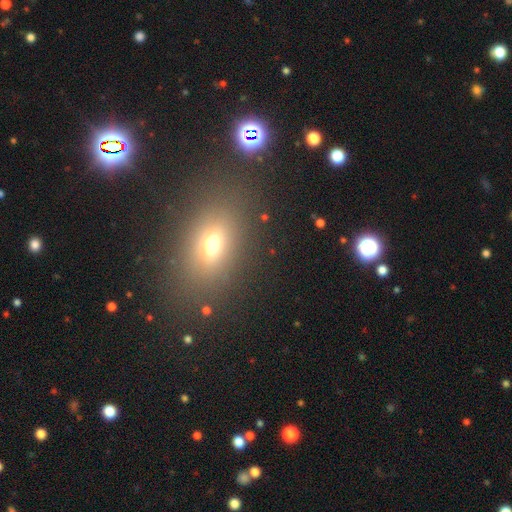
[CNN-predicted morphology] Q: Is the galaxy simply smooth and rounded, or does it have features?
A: smooth — 55%.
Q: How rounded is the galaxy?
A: in between — 68%.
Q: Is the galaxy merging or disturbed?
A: none — 84%.